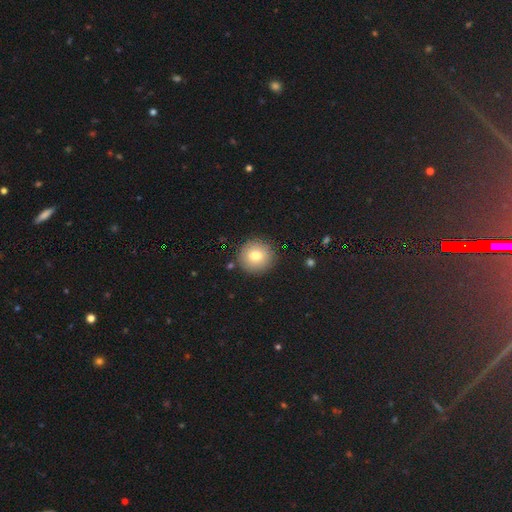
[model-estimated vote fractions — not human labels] smooth-or-featured: smooth: 76% | featured or disk: 14% | star or artifact: 10%
  how-rounded: round: 93% | in between: 6% | cigar-shaped: 1%
  merging: none: 89% | minor disturbance: 7% | major disturbance: 2% | merger: 2%